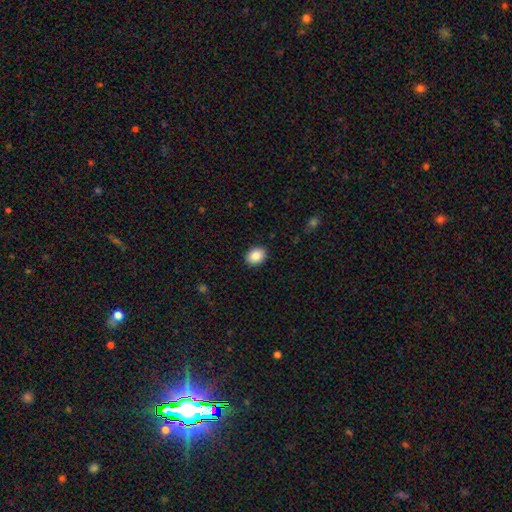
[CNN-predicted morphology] Smooth or featured? Predicted: smooth (p=0.87). How rounded? Predicted: in between (p=0.59). Merging? Predicted: none (p=0.91).